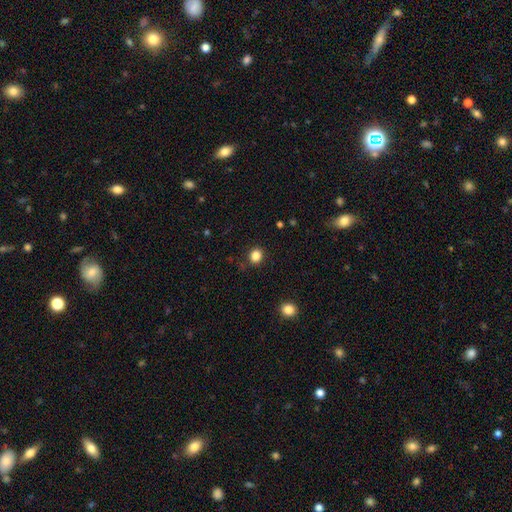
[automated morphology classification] smooth 85%, star or artifact 11%, featured or disk 3%. Down the decision tree: how rounded — round (68%); merging — none (88%).